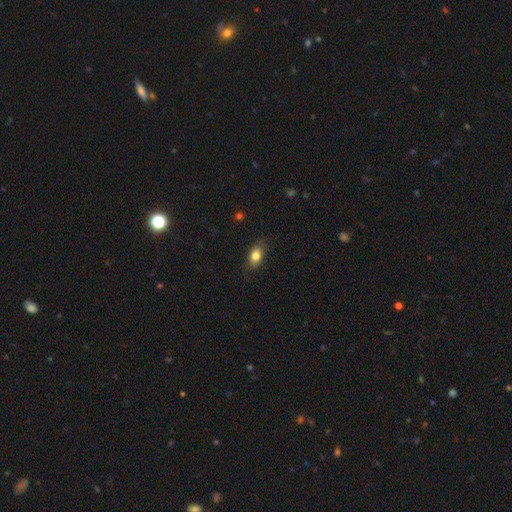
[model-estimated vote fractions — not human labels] Overall: smooth (80%). How rounded: in between (82%). Merging: none (80%).